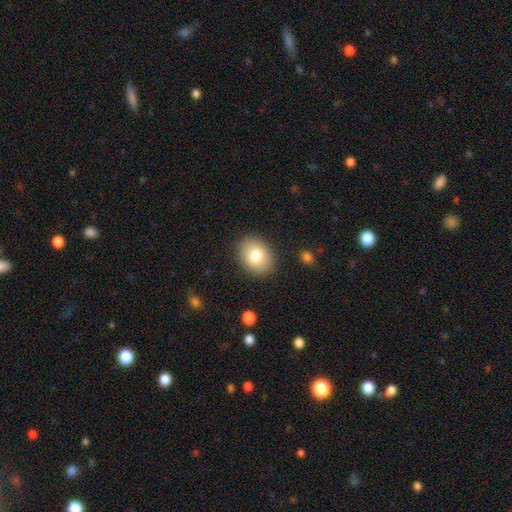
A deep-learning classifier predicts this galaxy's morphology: A smooth galaxy with no disk features (80%) that is in between round and cigar-shaped (63%).

Vote fractions:
- Smooth or featured? smooth: 80% / featured or disk: 12% / star or artifact: 8%
- How rounded? in between: 63% / round: 36% / cigar-shaped: 1%
- Merging? none: 87% / minor disturbance: 9% / major disturbance: 3% / merger: 1%